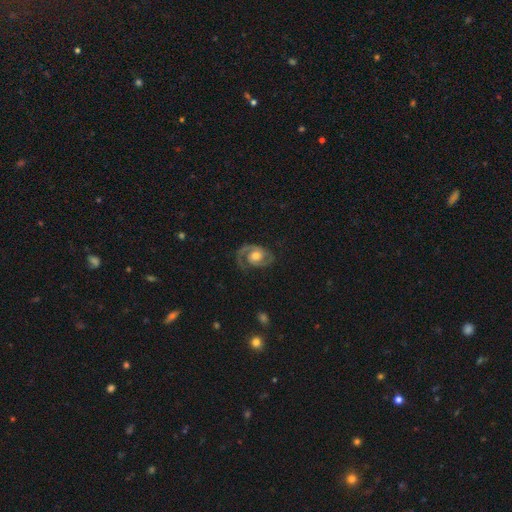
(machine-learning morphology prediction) Smooth or featured? Predicted: featured or disk (p=0.86). Edge-on disk? Predicted: no (p=0.98). Bar? Predicted: no (p=0.68). Spiral arms? Predicted: yes (p=0.96). Spiral winding? Predicted: medium (p=0.45). Spiral arm count? Predicted: 2 (p=0.72). Bulge size? Predicted: moderate (p=0.59). Merging? Predicted: none (p=0.70).